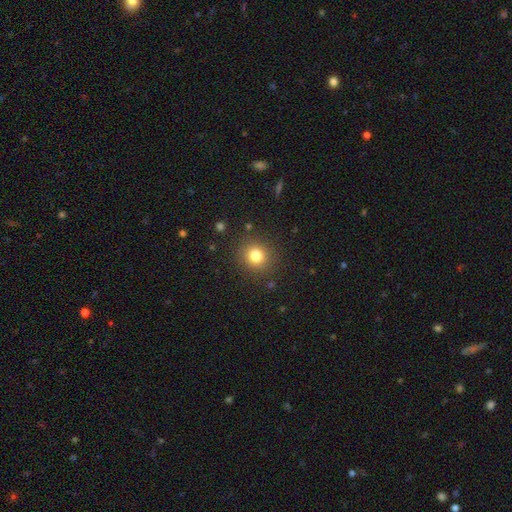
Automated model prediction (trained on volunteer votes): Smooth or featured? smooth (81%)
How rounded? round (89%)
Merging? none (88%)